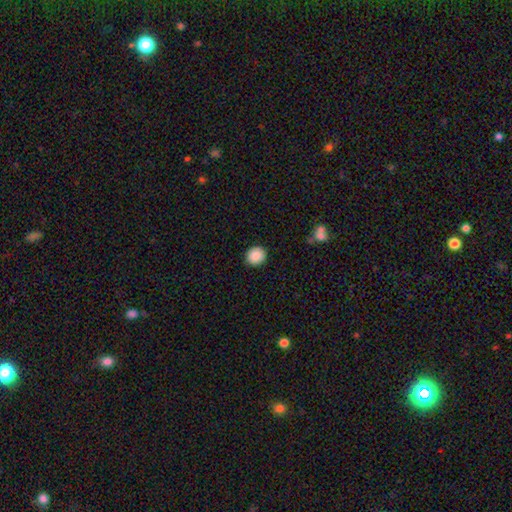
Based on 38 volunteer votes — This appears to be a smooth galaxy with no disk features (92%) that is round (91%). Merging: none (89%).